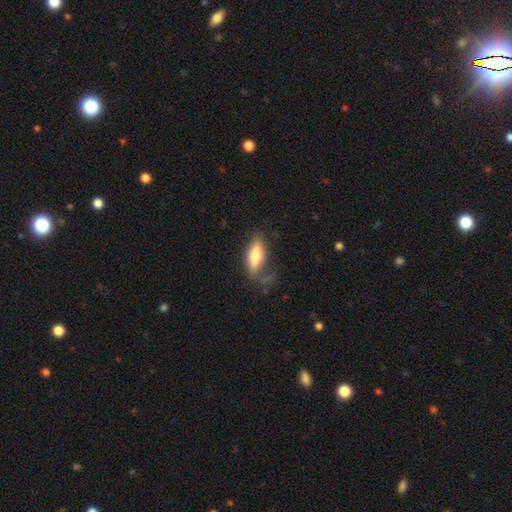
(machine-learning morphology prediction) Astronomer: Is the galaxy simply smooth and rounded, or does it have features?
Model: smooth — 69%.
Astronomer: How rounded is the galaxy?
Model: in between — 68%.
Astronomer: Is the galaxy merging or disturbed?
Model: none — 60%.